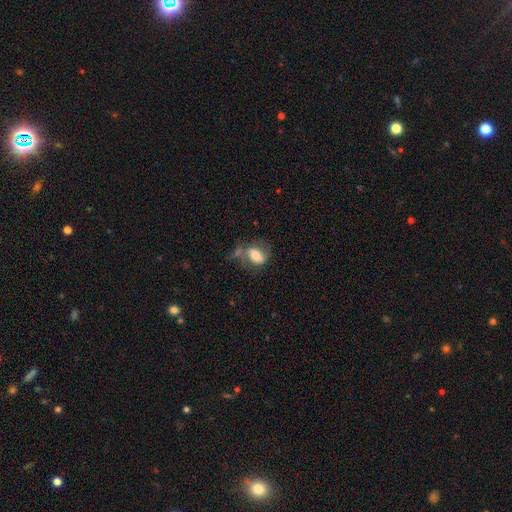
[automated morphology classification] smooth_or_featured: smooth (p=0.52) [alt: featured or disk p=0.39]
how_rounded: in between (p=0.79) [alt: round p=0.18]
merging: none (p=0.37) [alt: major disturbance p=0.25]